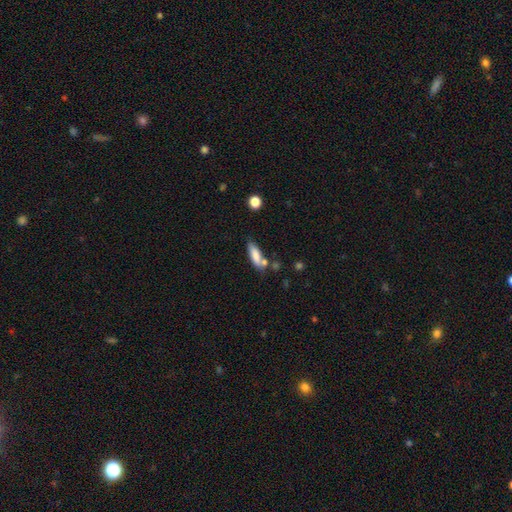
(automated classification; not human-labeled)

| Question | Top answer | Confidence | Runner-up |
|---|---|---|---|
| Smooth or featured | smooth | 80% | featured or disk (13%) |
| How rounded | in between | 52% | cigar-shaped (46%) |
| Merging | none | 56% | minor disturbance (20%) |